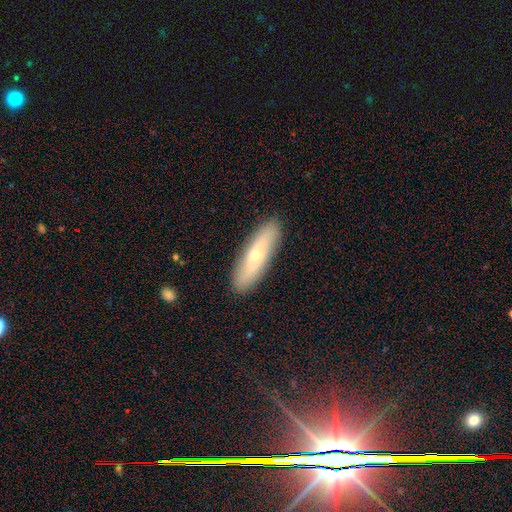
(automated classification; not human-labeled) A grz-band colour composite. It shows a smooth galaxy with no disk features (51%) that is cigar-shaped (61%). Merging: none (90%).